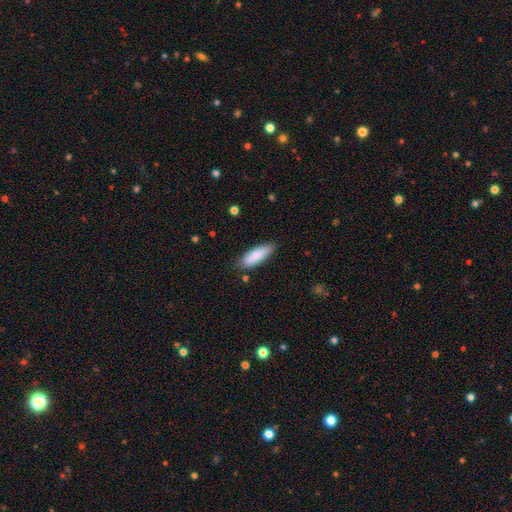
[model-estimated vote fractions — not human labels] This is clearly a smooth galaxy (87%). How rounded: possibly in between (56%). Merging: clearly none (82%).